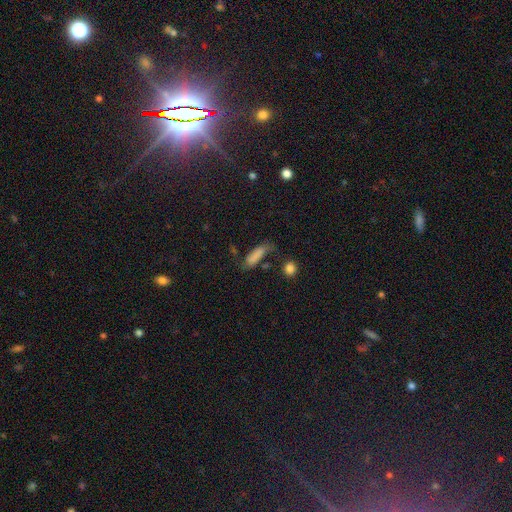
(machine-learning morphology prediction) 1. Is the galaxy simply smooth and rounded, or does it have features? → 77% smooth, 13% featured or disk, 10% star or artifact.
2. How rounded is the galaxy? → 49% in between, 47% cigar-shaped, 4% round.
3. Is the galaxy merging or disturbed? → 48% none, 26% minor disturbance, 15% major disturbance, 10% merger.